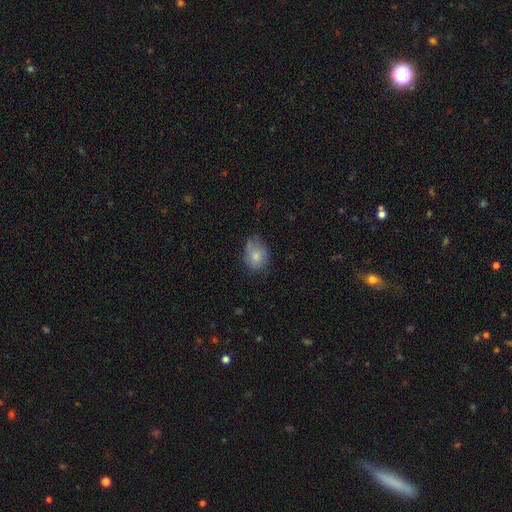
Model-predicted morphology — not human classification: Smooth or featured?
  - smooth: 79% *
  - featured or disk: 14%
  - star or artifact: 8%
How rounded?
  - in between: 54% *
  - round: 45%
  - cigar-shaped: 1%
Merging?
  - none: 62% *
  - minor disturbance: 29%
  - major disturbance: 6%
  - merger: 2%